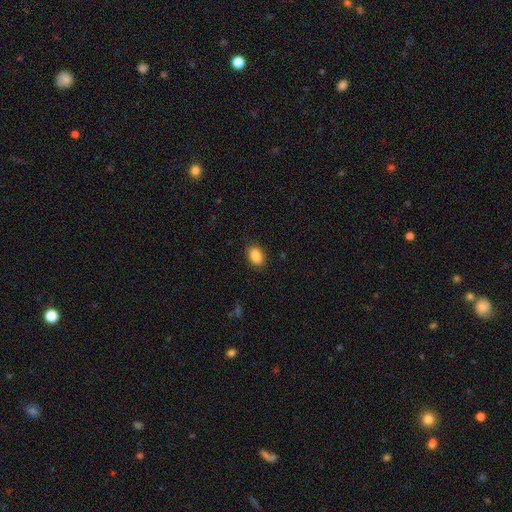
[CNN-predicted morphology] This is clearly a smooth galaxy (88%). How rounded: clearly in between (86%). Merging: clearly none (86%).